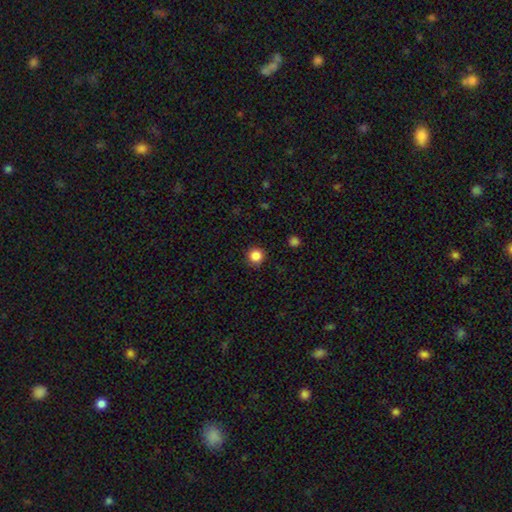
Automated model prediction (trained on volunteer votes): The model was most divided on "smooth or featured": smooth: 86%, star or artifact: 11%, featured or disk: 3%. More confident: how rounded — round (95%); merging — none (92%).